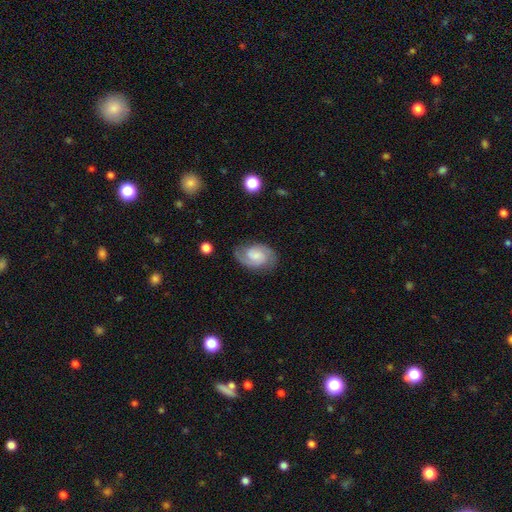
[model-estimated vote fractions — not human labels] smooth_or_featured: featured or disk (p=0.72) [alt: smooth p=0.21]
disk_edge_on: no (p=0.97) [alt: yes p=0.03]
bar: no (p=0.48) [alt: weak p=0.44]
has_spiral_arms: yes (p=0.95) [alt: no p=0.05]
spiral_winding: medium (p=0.47) [alt: tight p=0.38]
spiral_arm_count: 2 (p=0.85) [alt: can't tell p=0.07]
bulge_size: small (p=0.31) [alt: moderate p=0.27]
merging: none (p=0.76) [alt: minor disturbance p=0.16]